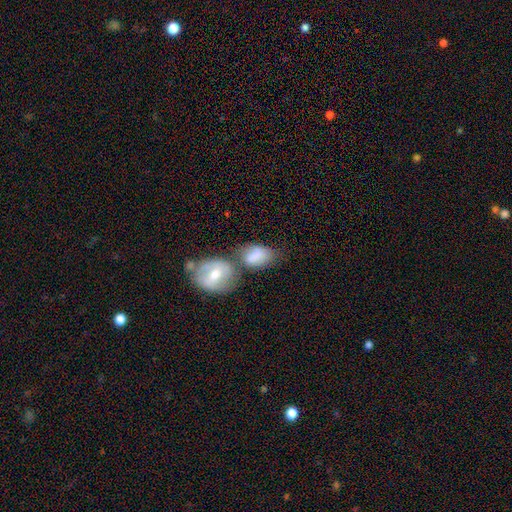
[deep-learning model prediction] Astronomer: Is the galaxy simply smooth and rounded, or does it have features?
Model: smooth — 74%.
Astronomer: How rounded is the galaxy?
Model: in between — 86%.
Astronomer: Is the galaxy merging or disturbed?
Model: merger — 48% (runner-up: none, 28%).